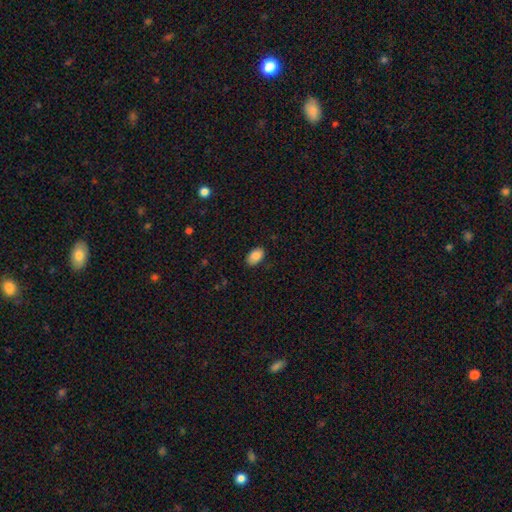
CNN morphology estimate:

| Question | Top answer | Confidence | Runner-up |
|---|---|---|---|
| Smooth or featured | smooth | 86% | star or artifact (7%) |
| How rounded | in between | 92% | round (7%) |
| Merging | none | 86% | minor disturbance (11%) |